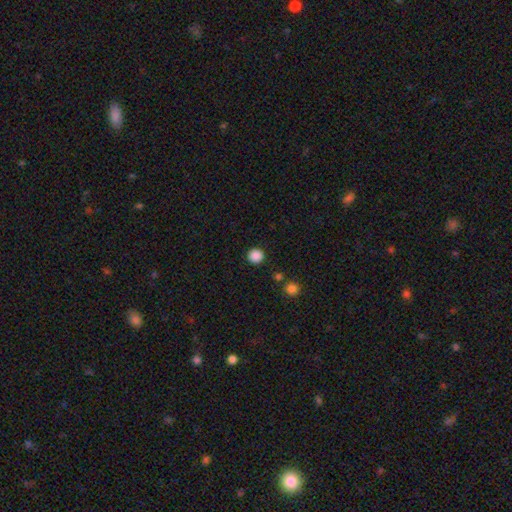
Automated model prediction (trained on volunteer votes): Overall: smooth (87%). How rounded: round (94%). Merging: none (91%).